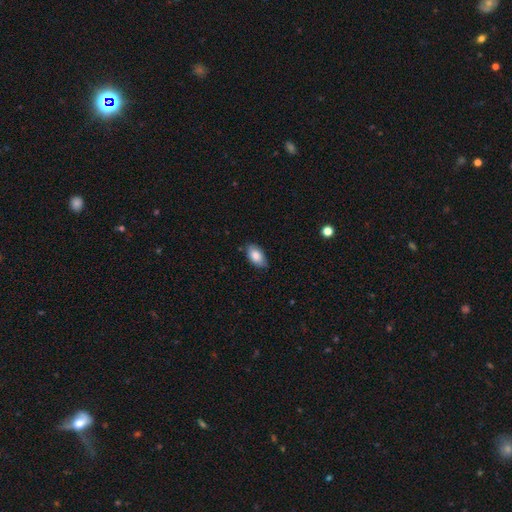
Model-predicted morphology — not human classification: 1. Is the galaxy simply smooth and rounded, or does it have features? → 84% smooth, 10% featured or disk, 6% star or artifact.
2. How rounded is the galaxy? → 94% in between, 4% round, 2% cigar-shaped.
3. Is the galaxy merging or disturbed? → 81% none, 16% minor disturbance, 2% major disturbance, 1% merger.